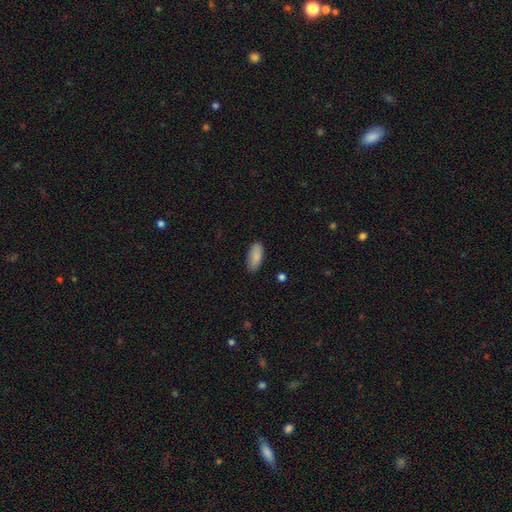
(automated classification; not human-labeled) Morphology: type=smooth (88%); roundness=in between (85%); merging=none (86%).